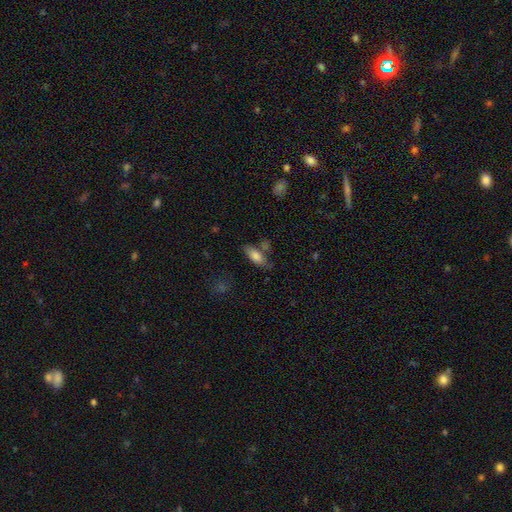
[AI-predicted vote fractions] Morphology: type=smooth (78%); roundness=in between (76%); merging=none (60%).